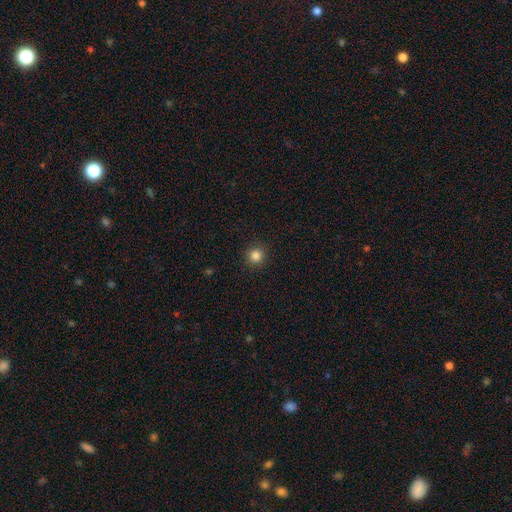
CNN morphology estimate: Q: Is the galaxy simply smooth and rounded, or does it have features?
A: smooth — 83%.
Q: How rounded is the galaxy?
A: round — 95%.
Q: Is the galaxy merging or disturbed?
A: none — 92%.